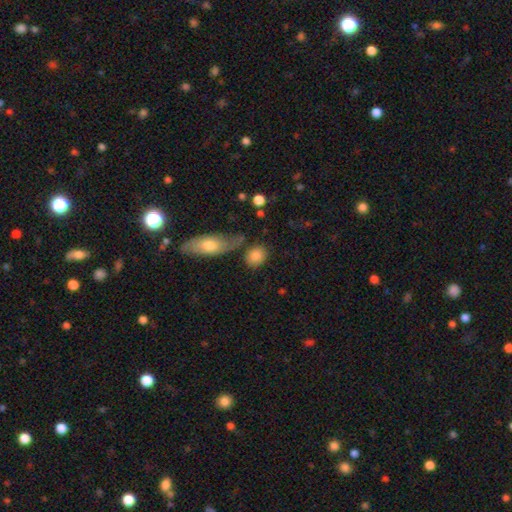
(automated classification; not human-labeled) Morphology: type=smooth (84%); roundness=round (56%); merging=none (66%).